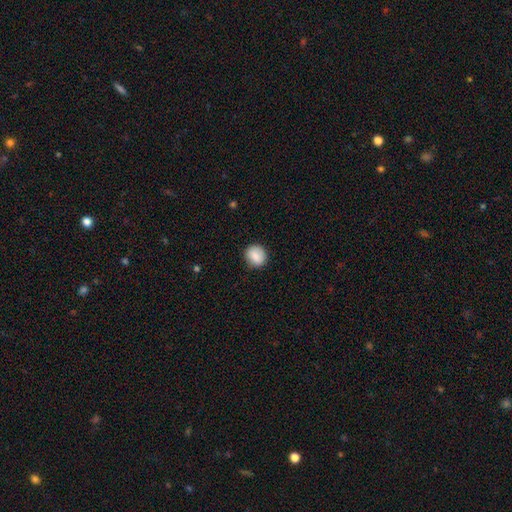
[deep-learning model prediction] A smooth galaxy with no disk features (86%) that is round (78%).

Vote fractions:
- Smooth or featured? smooth: 86% / star or artifact: 8% / featured or disk: 7%
- How rounded? round: 78% / in between: 21% / cigar-shaped: 1%
- Merging? none: 85% / minor disturbance: 11% / major disturbance: 3% / merger: 1%